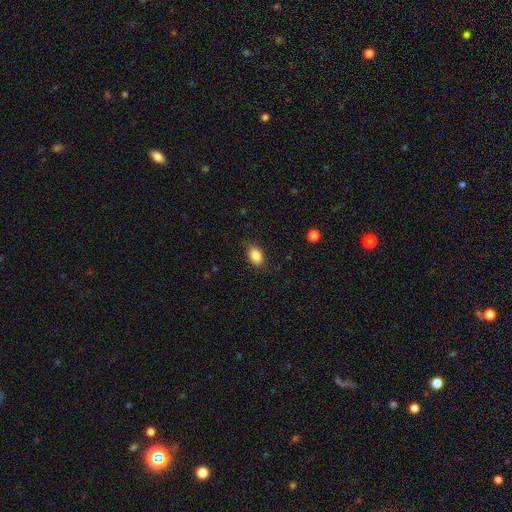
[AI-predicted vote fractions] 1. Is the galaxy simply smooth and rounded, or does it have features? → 85% smooth, 8% star or artifact, 7% featured or disk.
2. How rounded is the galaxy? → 83% in between, 15% round, 2% cigar-shaped.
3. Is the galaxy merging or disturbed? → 79% none, 16% minor disturbance, 4% major disturbance, 1% merger.